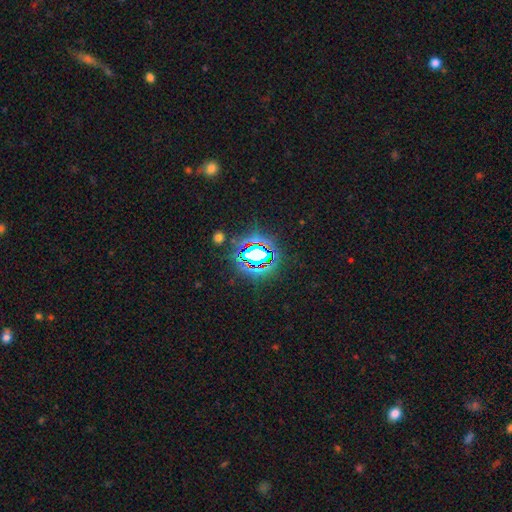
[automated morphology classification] Overall: star or artifact (71%).